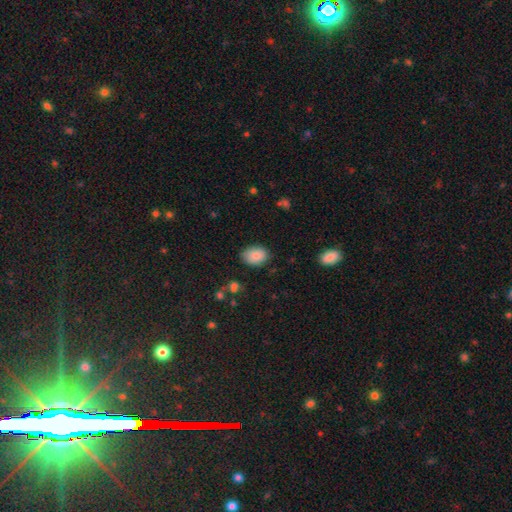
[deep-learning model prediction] smooth_or_featured: smooth (p=0.86) [alt: star or artifact p=0.08]
how_rounded: in between (p=0.73) [alt: round p=0.26]
merging: none (p=0.81) [alt: minor disturbance p=0.14]